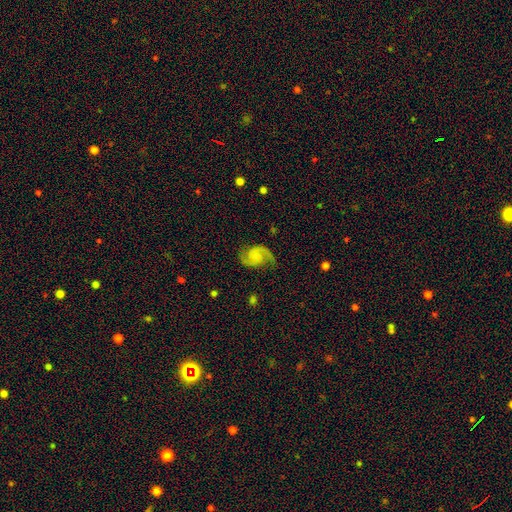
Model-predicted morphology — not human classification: Smooth or featured? Predicted: featured or disk (p=0.85). Edge-on disk? Predicted: no (p=0.98). Bar? Predicted: no (p=0.60). Spiral arms? Predicted: yes (p=0.97). Spiral winding? Predicted: medium (p=0.54). Spiral arm count? Predicted: 2 (p=0.93). Bulge size? Predicted: none (p=0.55). Merging? Predicted: none (p=0.77).